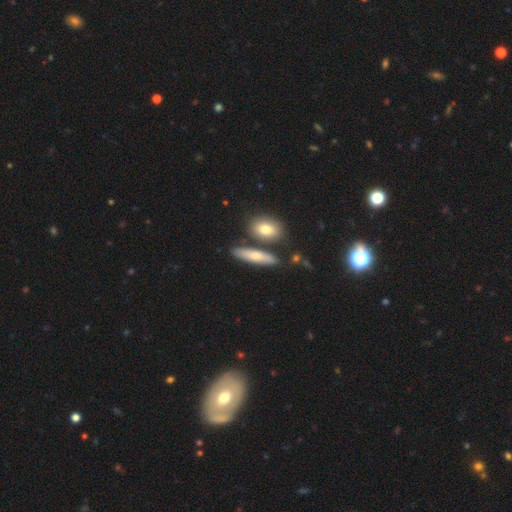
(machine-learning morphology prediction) smooth-or-featured: smooth: 66% | featured or disk: 27% | star or artifact: 7%
  how-rounded: cigar-shaped: 64% | in between: 32% | round: 4%
  merging: none: 74% | merger: 13% | minor disturbance: 11% | major disturbance: 3%